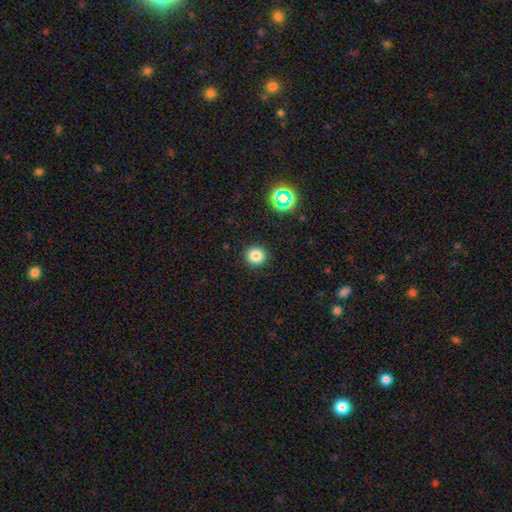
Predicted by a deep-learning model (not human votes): Smooth or featured?
  - smooth: 81% *
  - star or artifact: 15%
  - featured or disk: 5%
How rounded?
  - round: 92% *
  - in between: 7%
  - cigar-shaped: 1%
Merging?
  - none: 91% *
  - minor disturbance: 6%
  - major disturbance: 2%
  - merger: 1%